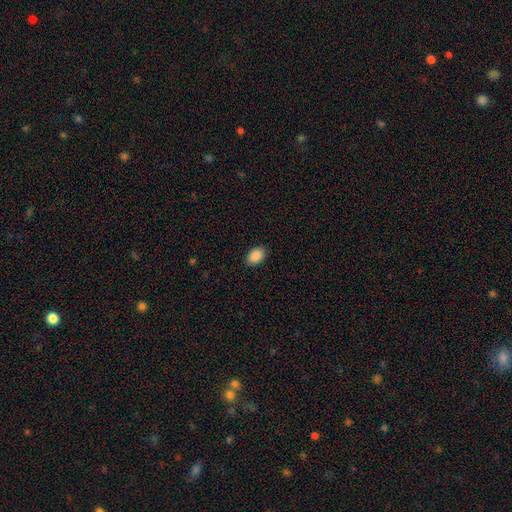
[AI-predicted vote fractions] Smooth or featured? Predicted: smooth (p=0.90). How rounded? Predicted: in between (p=0.87). Merging? Predicted: none (p=0.89).